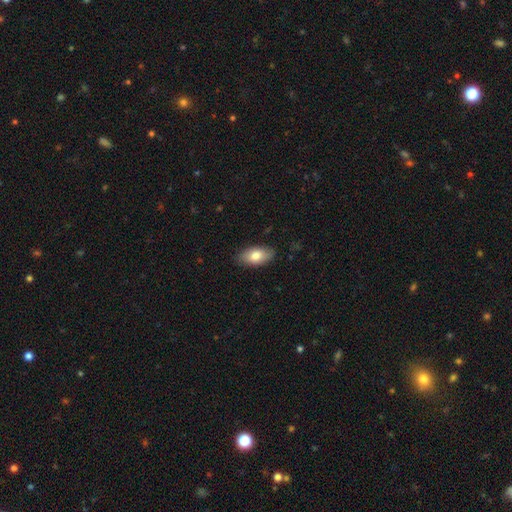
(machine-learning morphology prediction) type=smooth (79%); roundness=in between (93%); merging=none (85%).